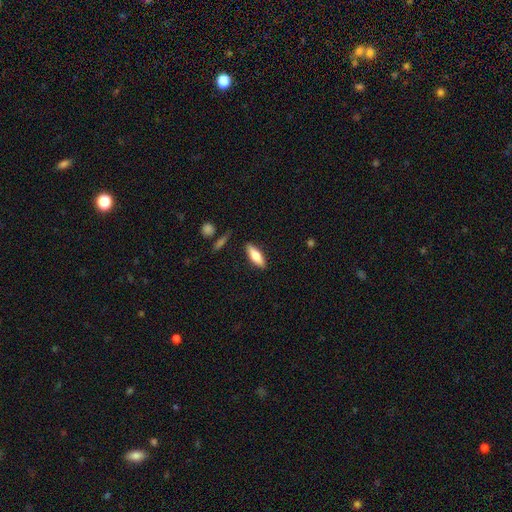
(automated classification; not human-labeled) The model was most divided on "how rounded": in between: 54%, cigar-shaped: 44%, round: 2%. More confident: merging — none (86%); smooth or featured — smooth (67%).